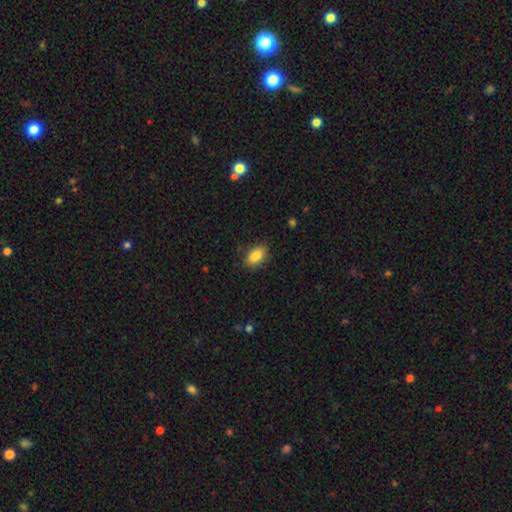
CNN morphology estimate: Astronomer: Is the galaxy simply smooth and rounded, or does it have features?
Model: smooth — 86%.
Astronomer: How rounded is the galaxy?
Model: in between — 89%.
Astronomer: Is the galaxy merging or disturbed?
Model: none — 84%.